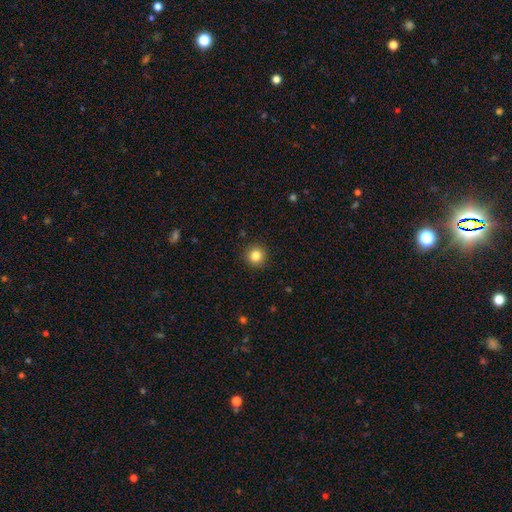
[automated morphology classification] A smooth galaxy with no disk features (84%) that is round (95%). Merging: none (92%).